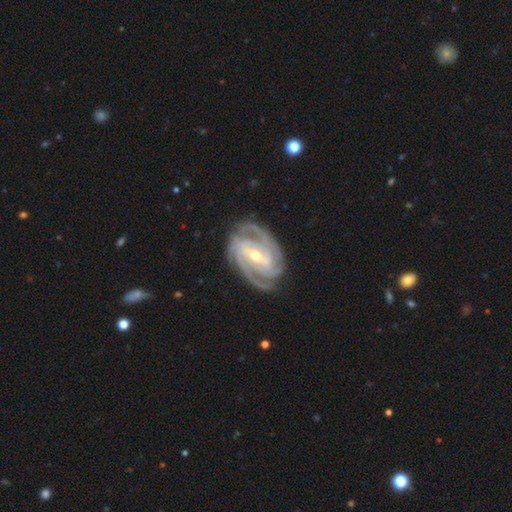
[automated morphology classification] Overall: featured or disk (92%). Edge-on disk: no (97%). Bar: strong (49%; weak 37%). Spiral arms: yes (98%). Spiral arm count: 3 (37%; 2 32%). Spiral winding: tight (63%; medium 33%). Bulge size: small (53%; moderate 44%). Merging: none (80%).